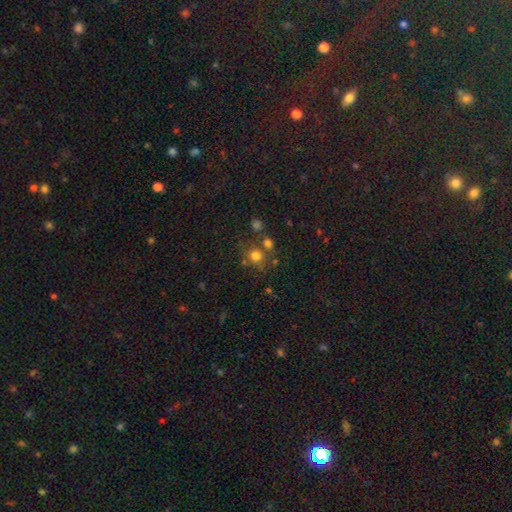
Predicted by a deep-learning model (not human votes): Smooth or featured? Predicted: smooth (p=0.72). How rounded? Predicted: round (p=0.85). Merging? Predicted: none (p=0.65).